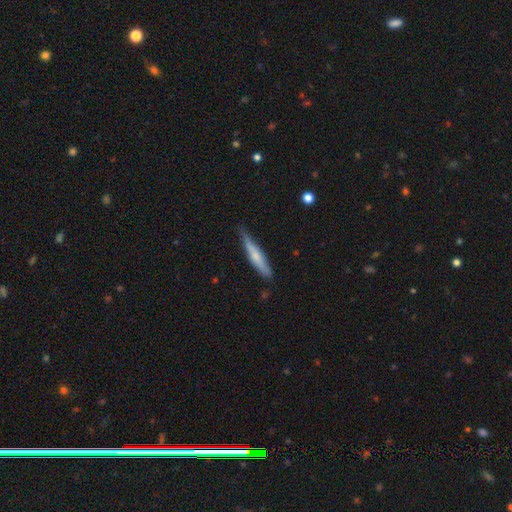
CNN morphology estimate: smooth 53%, featured or disk 41%, star or artifact 6%. Down the decision tree: how rounded — cigar-shaped (91%); merging — none (72%).